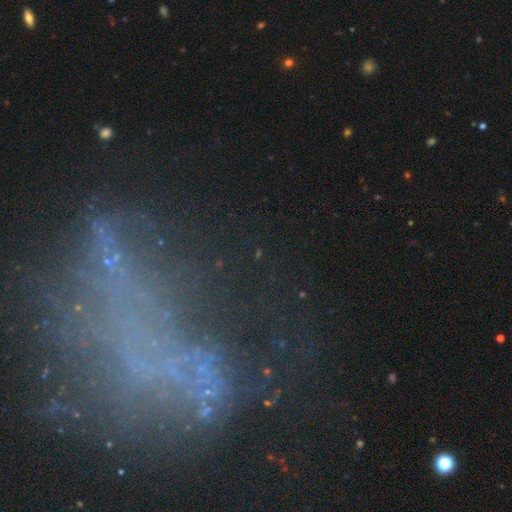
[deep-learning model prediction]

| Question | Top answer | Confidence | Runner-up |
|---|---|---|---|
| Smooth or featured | star or artifact | 48% | featured or disk (34%) |